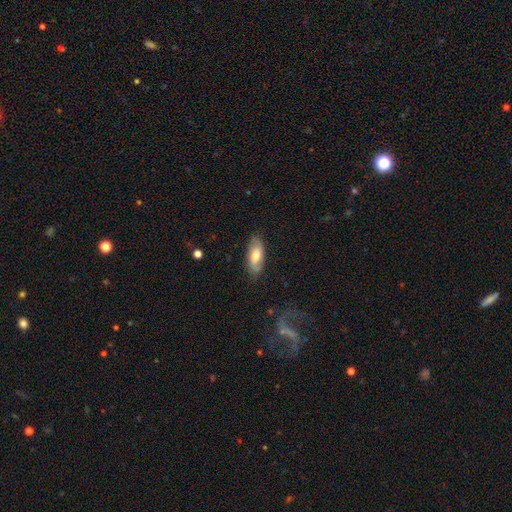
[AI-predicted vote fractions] Smooth or featured: smooth — 62% (featured or disk — 31%)
How rounded: in between — 80% (cigar-shaped — 18%)
Merging: none — 81% (minor disturbance — 15%)